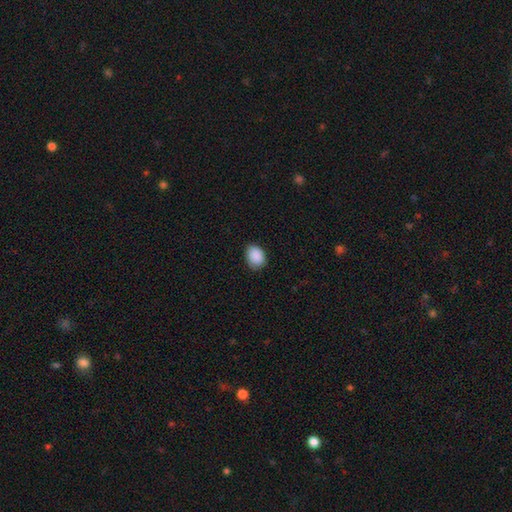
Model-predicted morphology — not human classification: Smooth or featured: smooth — 90% (star or artifact — 7%)
How rounded: in between — 68% (round — 31%)
Merging: none — 82% (minor disturbance — 15%)